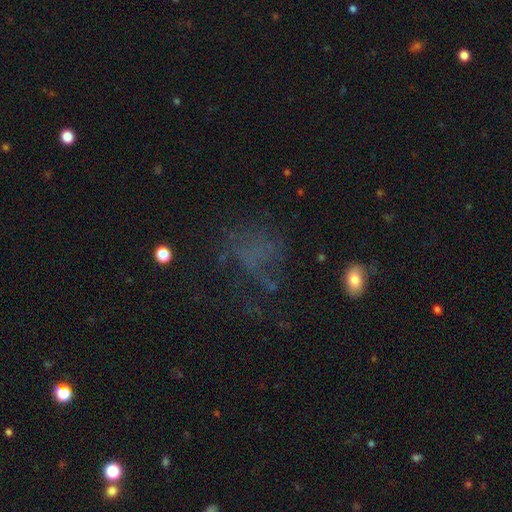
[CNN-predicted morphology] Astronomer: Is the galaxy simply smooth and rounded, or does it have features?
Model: smooth — 35% (runner-up: star or artifact, 33%).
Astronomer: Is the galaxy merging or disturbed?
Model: none — 45% (runner-up: major disturbance, 34%).